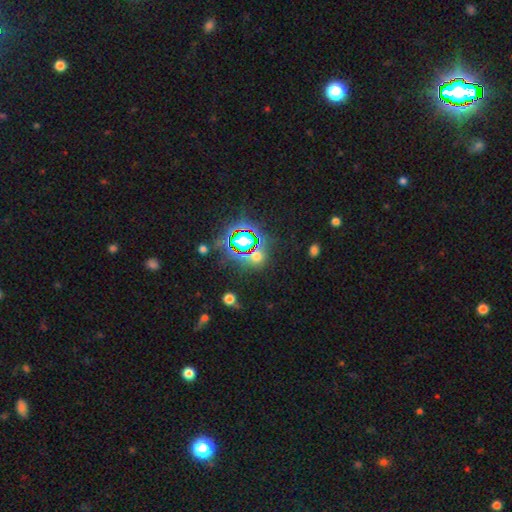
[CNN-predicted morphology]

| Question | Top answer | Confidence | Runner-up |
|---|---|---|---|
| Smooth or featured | star or artifact | 58% | smooth (32%) |